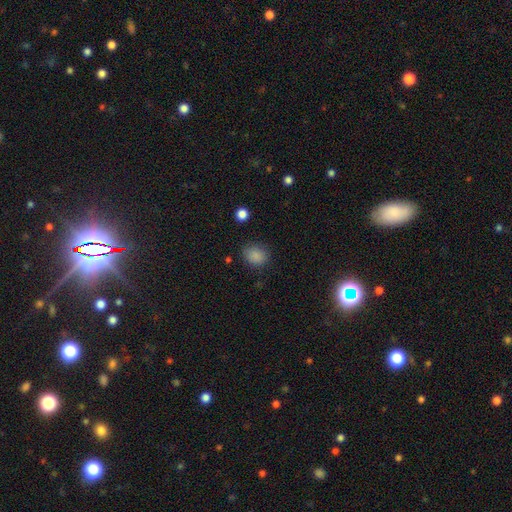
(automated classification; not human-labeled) smooth 85%, star or artifact 11%, featured or disk 4%. Down the decision tree: how rounded — round (63%); merging — none (81%).